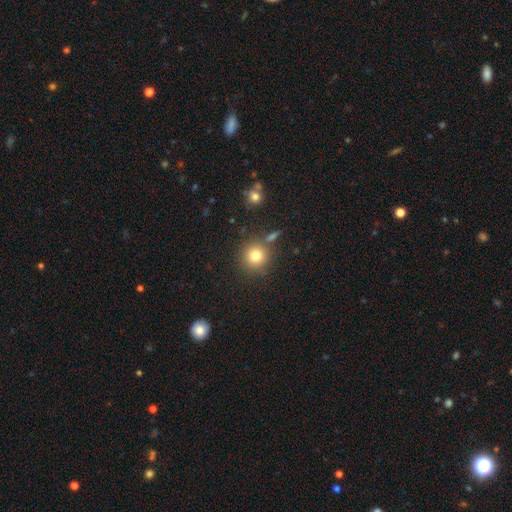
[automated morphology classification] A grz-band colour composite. It shows a smooth galaxy with no disk features (79%) that is round (92%). Merging: none (78%).